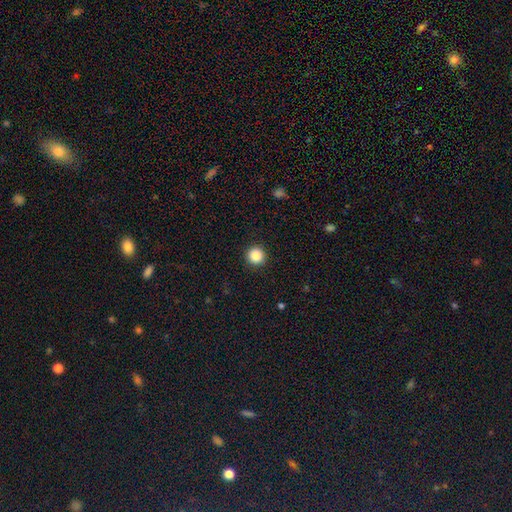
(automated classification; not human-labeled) This appears to be a smooth galaxy with no disk features (86%) that is round (95%). Merging: none (93%).